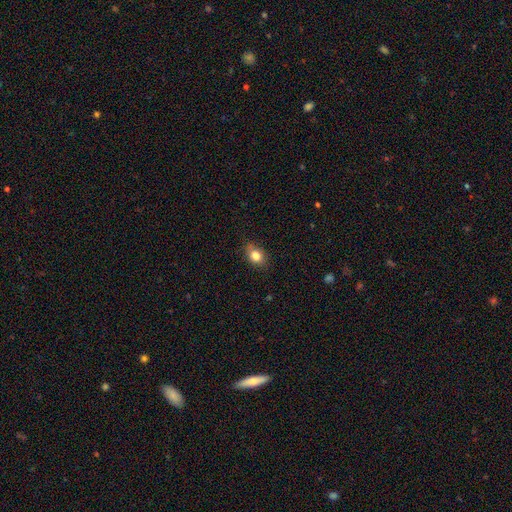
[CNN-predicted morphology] smooth-or-featured: smooth: 82% | star or artifact: 10% | featured or disk: 8%
  how-rounded: in between: 63% | round: 35% | cigar-shaped: 2%
  merging: none: 76% | minor disturbance: 19% | major disturbance: 3% | merger: 2%